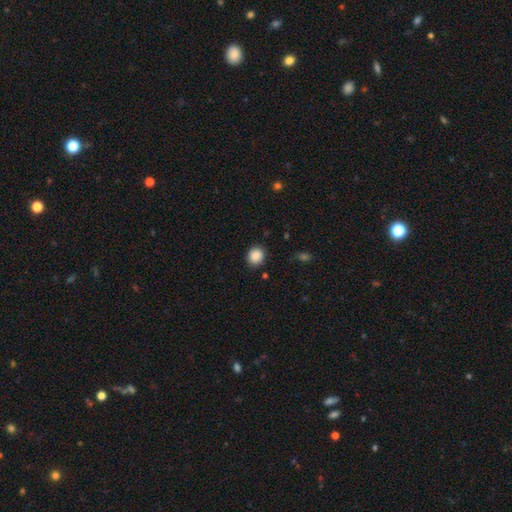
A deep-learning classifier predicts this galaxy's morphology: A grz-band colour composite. It shows a smooth galaxy with no disk features (88%) that is round (81%). Merging: none (86%).